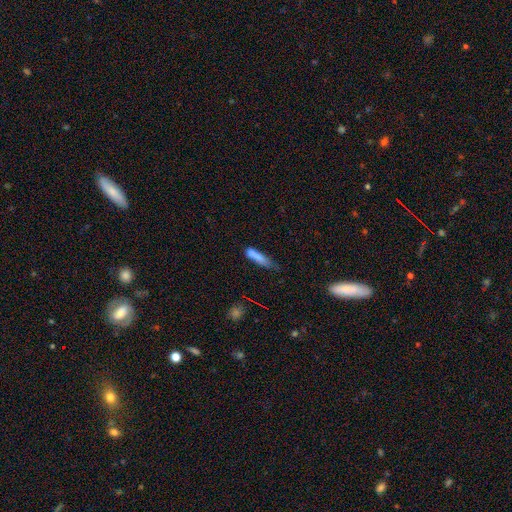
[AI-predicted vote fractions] This is likely a smooth galaxy (77%). How rounded: likely cigar-shaped (79%). Merging: marginally none (42%).